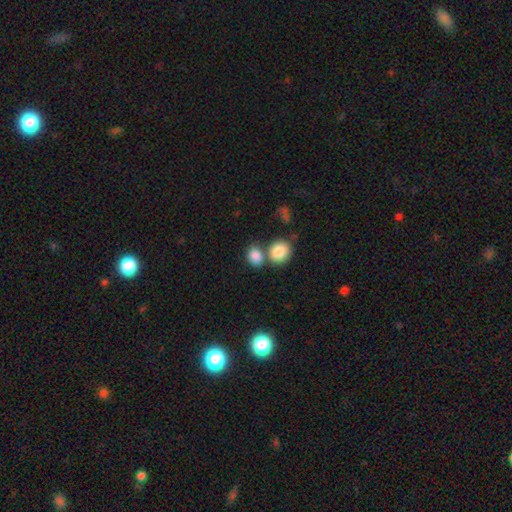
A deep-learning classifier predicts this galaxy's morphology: smooth_or_featured: smooth (p=0.85) [alt: star or artifact p=0.09]
how_rounded: in between (p=0.52) [alt: round p=0.46]
merging: none (p=0.47) [alt: merger p=0.40]